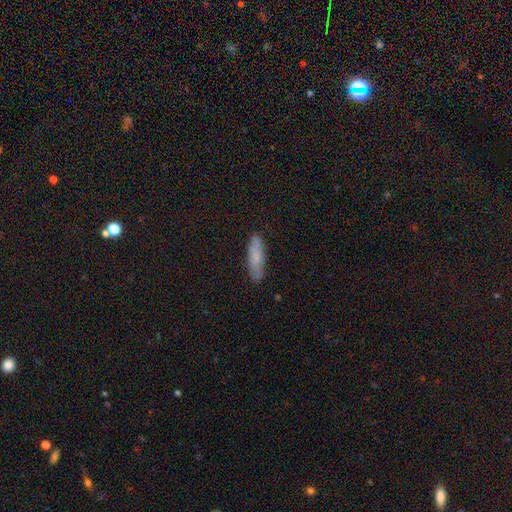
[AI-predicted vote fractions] Morphology: type=smooth (70%); roundness=cigar-shaped (65%); merging=none (83%).